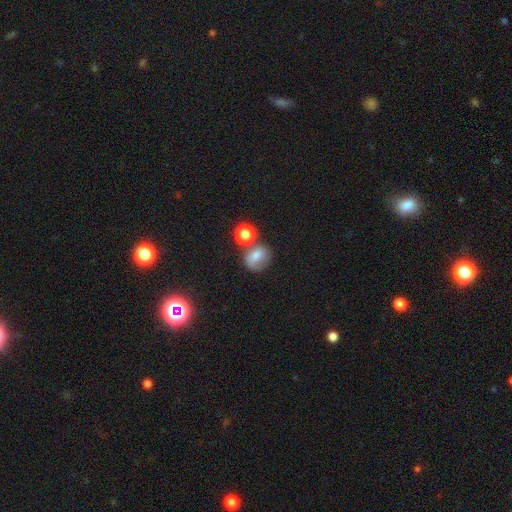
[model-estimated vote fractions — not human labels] Smooth or featured: smooth — 68% (featured or disk — 19%)
How rounded: round — 70% (in between — 29%)
Merging: none — 49% (merger — 23%)